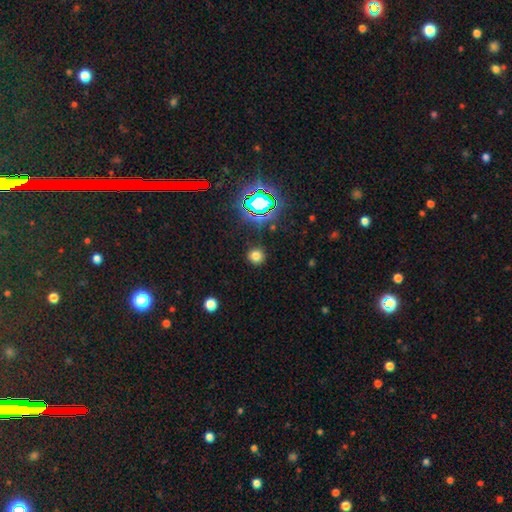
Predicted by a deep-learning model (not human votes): smooth 72%, star or artifact 22%, featured or disk 6%. Down the decision tree: how rounded — round (91%); merging — none (88%).